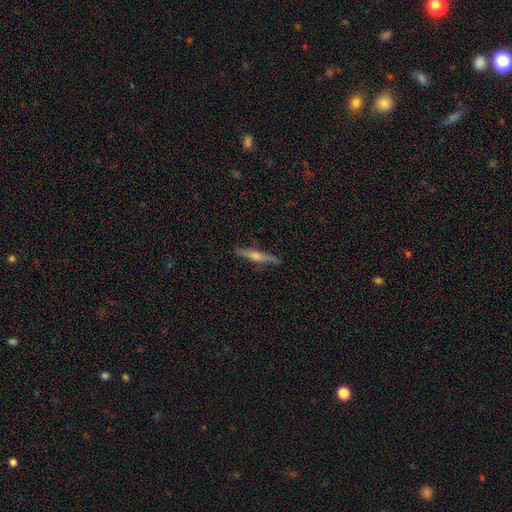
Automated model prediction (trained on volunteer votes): Q: Smooth or featured?
A: featured or disk (64%); runner-up: smooth (29%)
Q: Edge-on disk?
A: yes (96%); runner-up: no (4%)
Q: Edge-on bulge?
A: rounded (85%); runner-up: none (9%)
Q: Merging?
A: none (88%); runner-up: minor disturbance (9%)